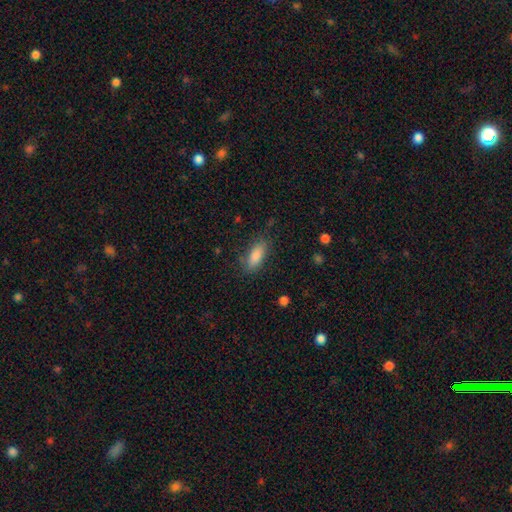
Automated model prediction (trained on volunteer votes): smooth-or-featured: smooth: 84% | featured or disk: 8% | star or artifact: 8%
  how-rounded: in between: 74% | cigar-shaped: 24% | round: 2%
  merging: none: 80% | minor disturbance: 15% | major disturbance: 4% | merger: 1%